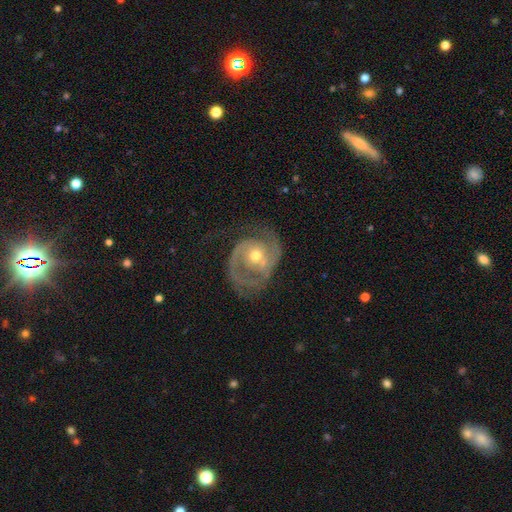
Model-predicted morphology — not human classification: This is clearly a featured or disk galaxy (88%). It is clearly not viewed edge-on (97%). Bar: likely no (62%). Spiral arm pattern: clearly yes (94%). Spiral arm count: likely 2 (75%). Spiral winding: possibly medium (45%). Central bulge: likely moderate (62%). Merging: likely none (61%).